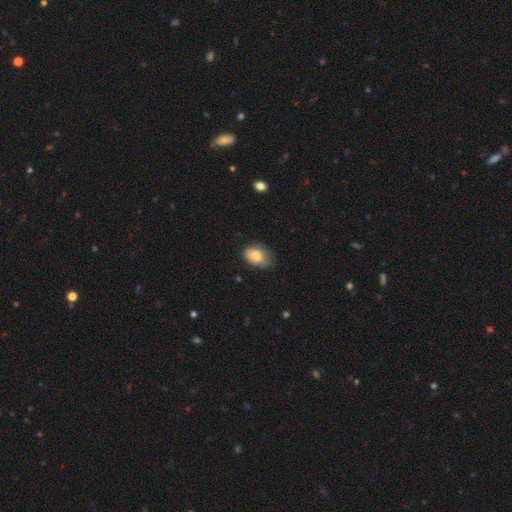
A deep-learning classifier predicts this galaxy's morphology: smooth_or_featured: smooth (p=0.81) [alt: featured or disk p=0.11]
how_rounded: in between (p=0.84) [alt: round p=0.15]
merging: none (p=0.57) [alt: minor disturbance p=0.33]